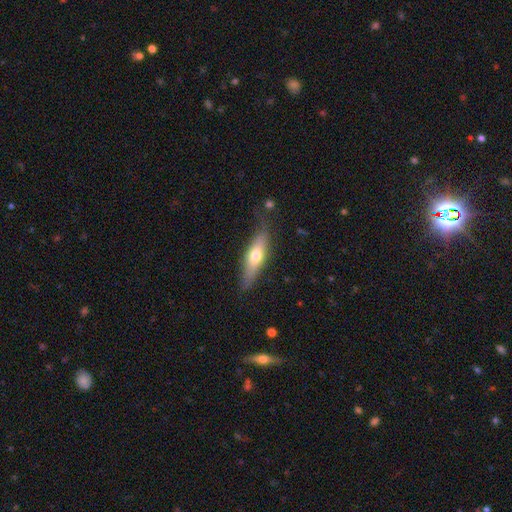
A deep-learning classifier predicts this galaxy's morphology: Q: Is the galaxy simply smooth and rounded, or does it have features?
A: smooth — 55%.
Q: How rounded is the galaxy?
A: cigar-shaped — 58%.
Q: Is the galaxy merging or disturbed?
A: none — 73%.